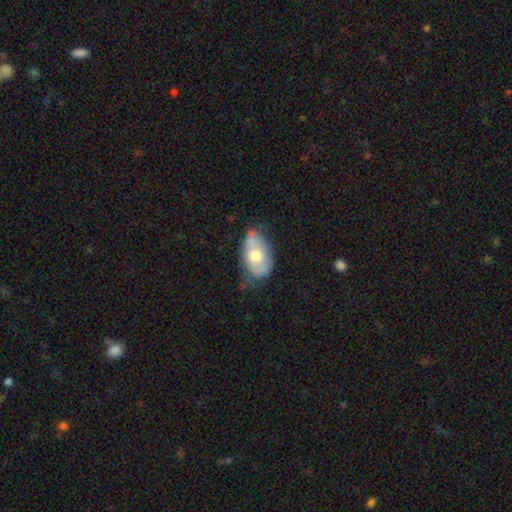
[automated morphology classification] The model was most divided on "merging": none: 51%, minor disturbance: 35%, major disturbance: 9%, merger: 5%. More confident: how rounded — in between (90%); smooth or featured — smooth (56%).